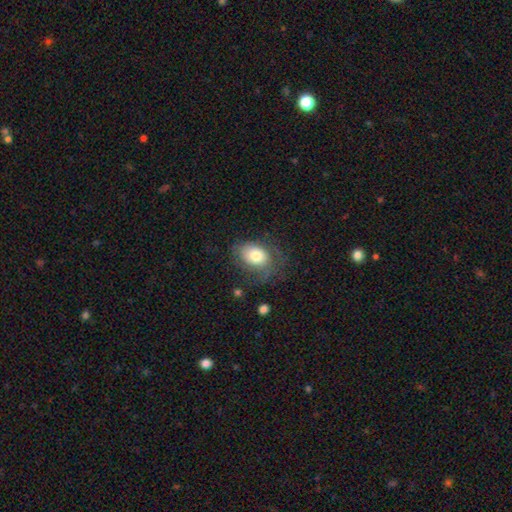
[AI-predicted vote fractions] Smooth or featured: smooth — 67% (featured or disk — 26%)
How rounded: in between — 72% (round — 26%)
Merging: none — 48% (minor disturbance — 28%)